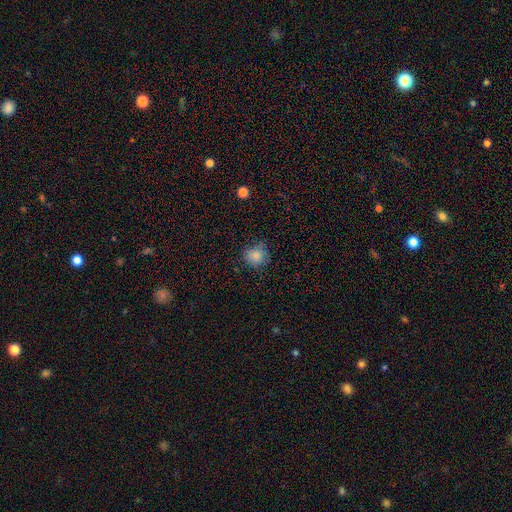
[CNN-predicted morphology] This is clearly a smooth galaxy (82%). How rounded: clearly round (84%). Merging: likely none (73%).